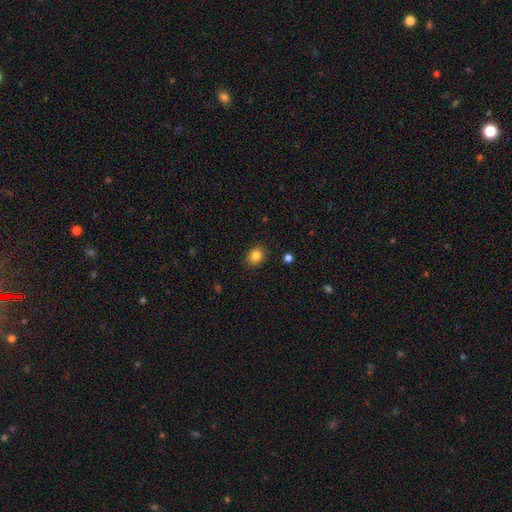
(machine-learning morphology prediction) Smooth or featured? Predicted: smooth (p=0.84). How rounded? Predicted: round (p=0.54). Merging? Predicted: none (p=0.89).